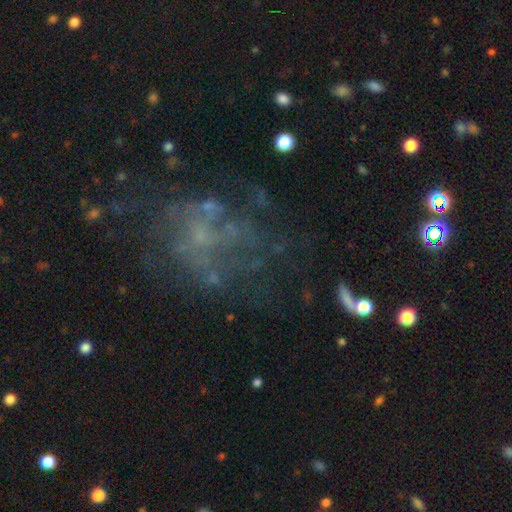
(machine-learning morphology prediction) Overall: featured or disk (52%; star or artifact 28%). Edge-on disk: no (97%). Bar: no (88%). Spiral arms: no (76%). Bulge size: none (60%; small 28%). Merging: none (48%; major disturbance 29%).